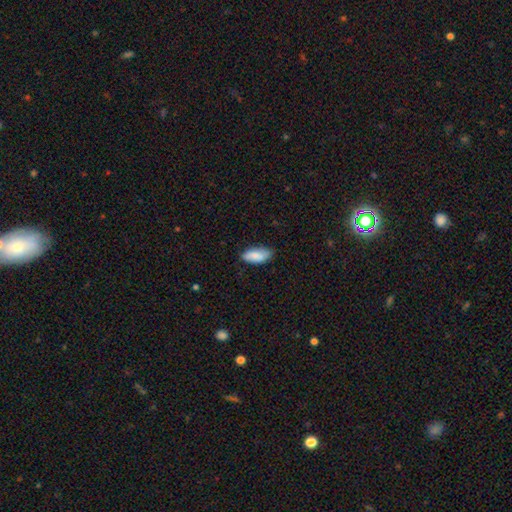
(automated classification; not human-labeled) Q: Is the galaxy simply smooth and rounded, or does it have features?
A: smooth — 83%.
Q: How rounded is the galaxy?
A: in between — 88%.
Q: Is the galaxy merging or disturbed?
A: none — 74%.